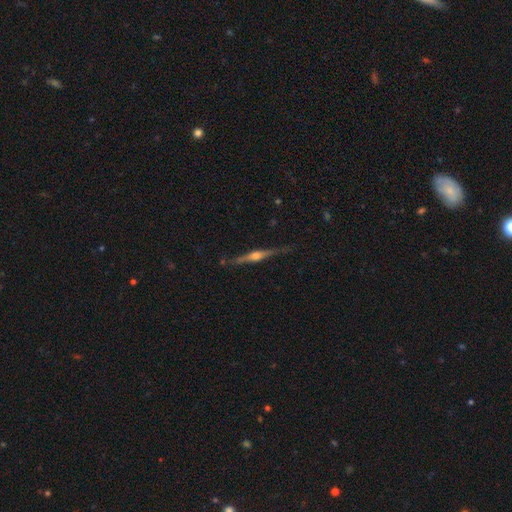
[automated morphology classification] The model was most divided on "smooth or featured": featured or disk: 76%, smooth: 18%, star or artifact: 6%. More confident: edge-on disk — yes (98%); edge-on bulge — rounded (84%); merging — none (81%).